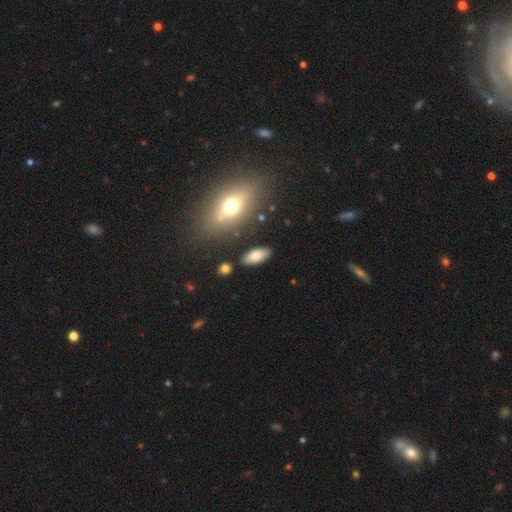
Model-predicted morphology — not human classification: This appears to be a smooth galaxy with no disk features (77%) that is in between round and cigar-shaped (84%). Merging: none (85%).